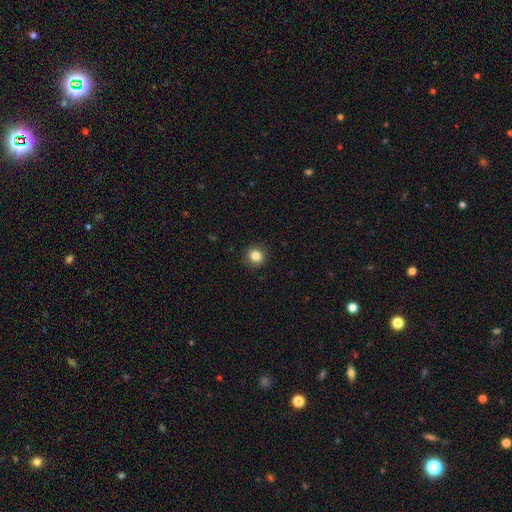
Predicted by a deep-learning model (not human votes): Smooth or featured: smooth — 84% (star or artifact — 10%)
How rounded: round — 87% (in between — 12%)
Merging: none — 91% (minor disturbance — 6%)